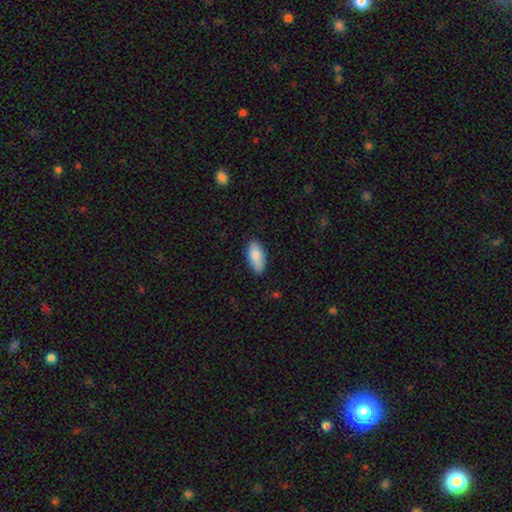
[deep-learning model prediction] Q: Smooth or featured?
A: smooth (86%); runner-up: featured or disk (8%)
Q: How rounded?
A: in between (91%); runner-up: cigar-shaped (7%)
Q: Merging?
A: none (81%); runner-up: minor disturbance (15%)